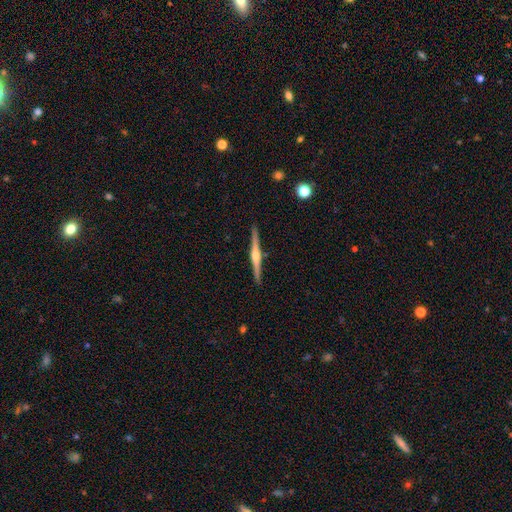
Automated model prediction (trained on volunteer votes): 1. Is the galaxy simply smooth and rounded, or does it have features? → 80% featured or disk, 15% smooth, 5% star or artifact.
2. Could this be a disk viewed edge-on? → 98% yes, 2% no.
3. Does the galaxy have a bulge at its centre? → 91% rounded, 5% boxy, 4% none.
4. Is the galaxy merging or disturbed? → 91% none, 6% minor disturbance, 1% major disturbance, 1% merger.